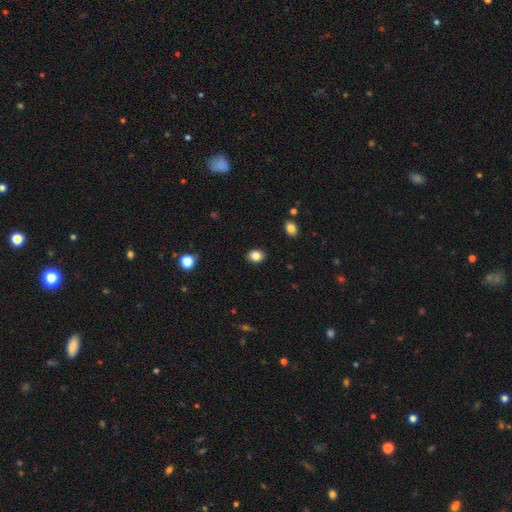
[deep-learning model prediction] The model was most divided on "how rounded": in between: 54%, round: 45%, cigar-shaped: 1%. More confident: merging — none (90%); smooth or featured — smooth (85%).